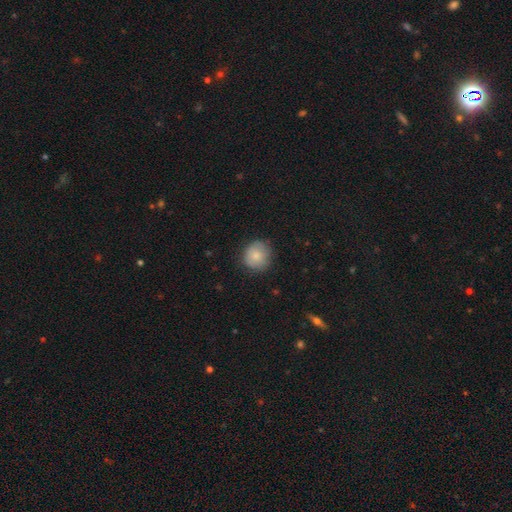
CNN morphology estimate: This is clearly a smooth galaxy (83%). How rounded: clearly round (86%). Merging: likely none (79%).